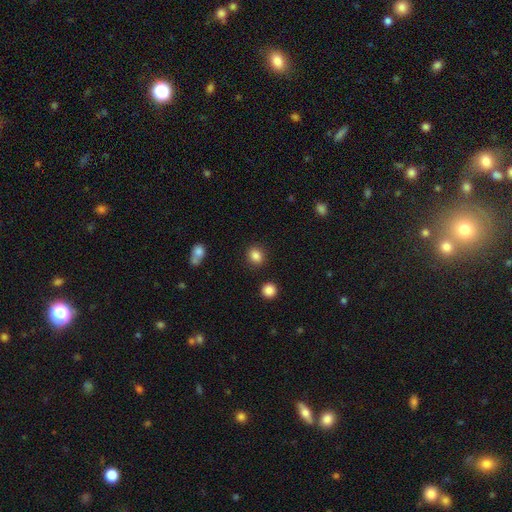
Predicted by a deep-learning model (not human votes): Overall: smooth (85%). How rounded: round (69%; in between 30%). Merging: none (87%).